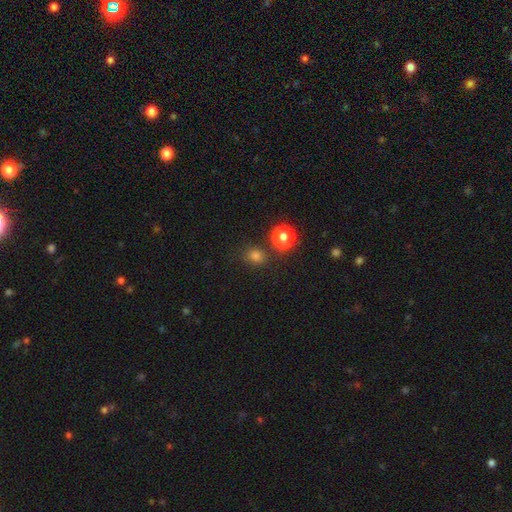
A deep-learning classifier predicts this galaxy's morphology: The model was most divided on "how rounded": round: 66%, in between: 33%, cigar-shaped: 1%. More confident: merging — none (78%); smooth or featured — smooth (75%).